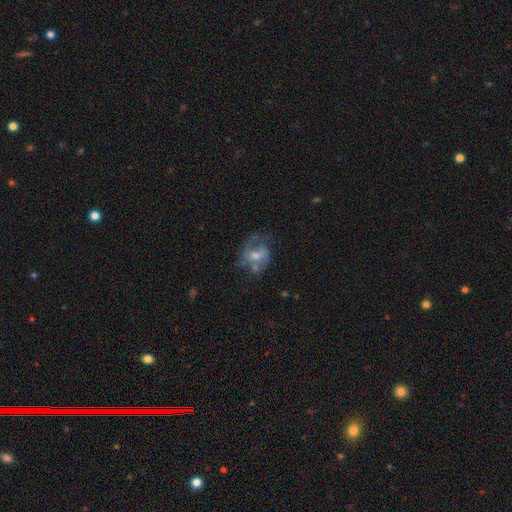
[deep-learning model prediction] Morphology: type=featured or disk (60%); edge-on=no (97%); bar=no (56%); spiral arms=yes (65%); bulge=moderate (50%); merging=none (45%).